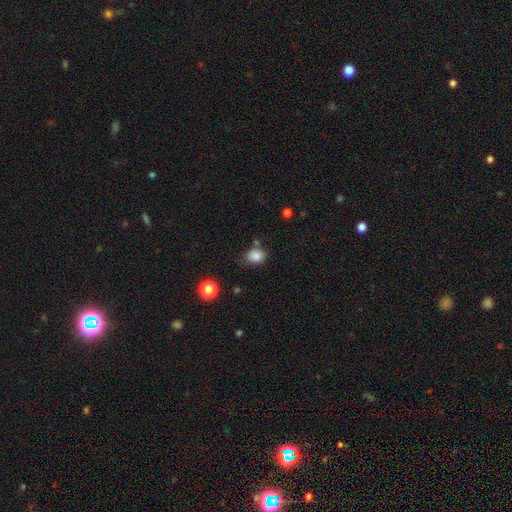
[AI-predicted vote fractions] Smooth or featured: smooth — 85% (star or artifact — 10%)
How rounded: round — 50% (in between — 49%)
Merging: none — 68% (minor disturbance — 18%)